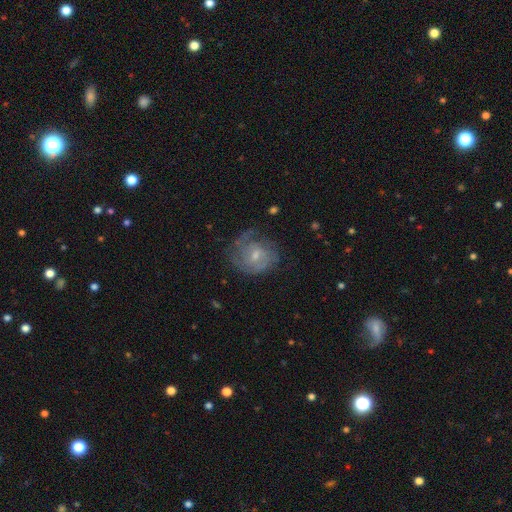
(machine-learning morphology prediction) This is likely a featured or disk galaxy (69%). It is clearly not viewed edge-on (97%). Bar: possibly no (47%). Spiral arm pattern: clearly yes (84%). Spiral arm count: marginally can't tell (39%). Spiral winding: possibly tight (52%). Central bulge: possibly small (52%). Merging: possibly none (55%).